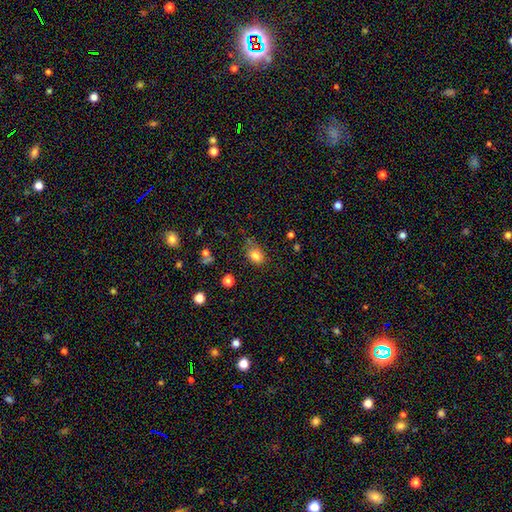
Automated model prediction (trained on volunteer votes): Q: Smooth or featured?
A: smooth (81%); runner-up: star or artifact (11%)
Q: How rounded?
A: in between (66%); runner-up: round (33%)
Q: Merging?
A: none (65%); runner-up: minor disturbance (24%)